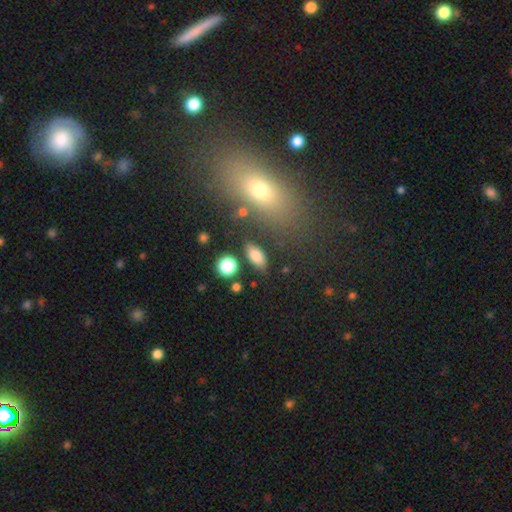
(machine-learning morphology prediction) A smooth galaxy with no disk features (80%) that is in between round and cigar-shaped (85%). Merging: none (79%).